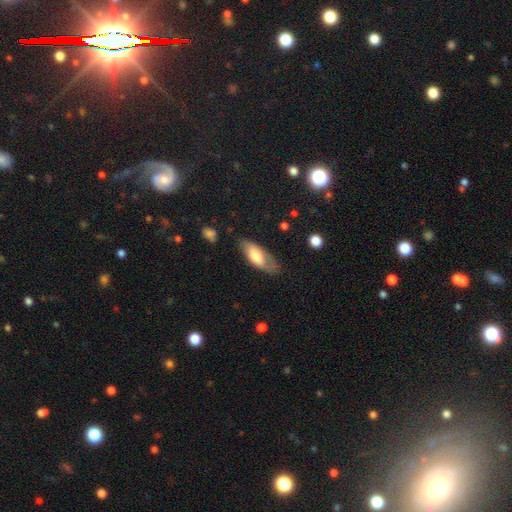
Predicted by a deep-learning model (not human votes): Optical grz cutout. It shows a smooth galaxy with no disk features (65%) that is in between round and cigar-shaped (80%). Merging: none (56%).